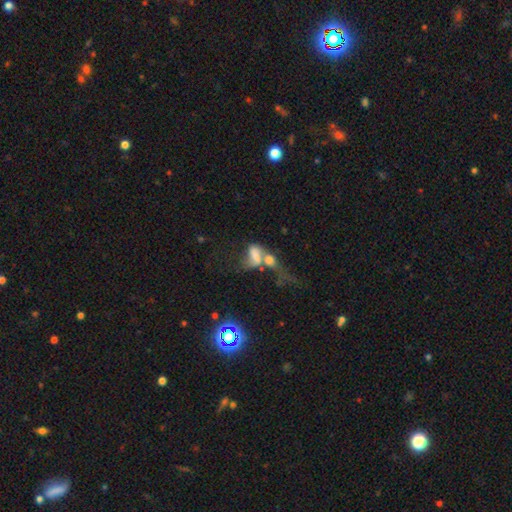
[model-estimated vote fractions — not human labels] Smooth or featured?
  - smooth: 49% *
  - featured or disk: 38%
  - star or artifact: 14%
Merging?
  - merger: 68% *
  - major disturbance: 18%
  - none: 8%
  - minor disturbance: 6%